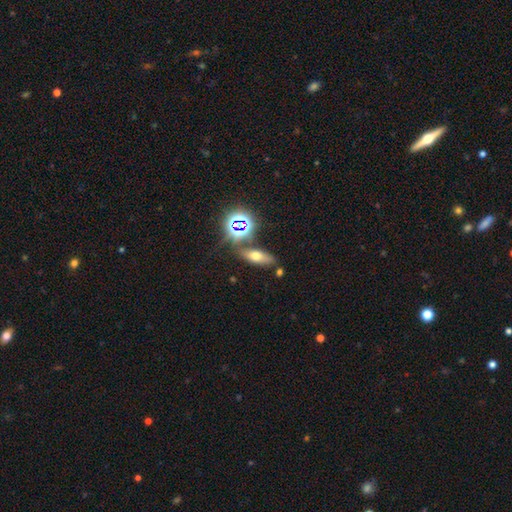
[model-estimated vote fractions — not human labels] This is possibly a smooth galaxy (55%). How rounded: likely in between (63%). Merging: likely none (74%).